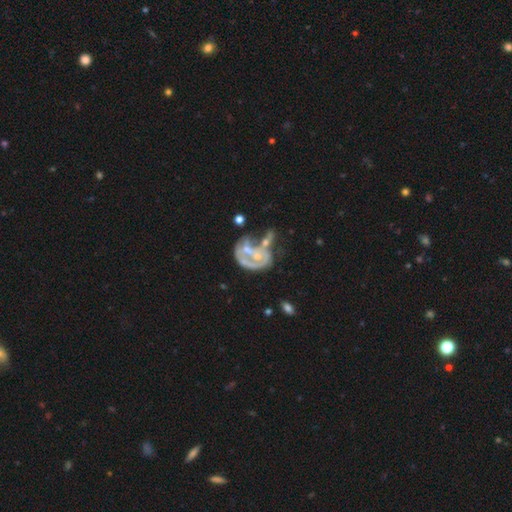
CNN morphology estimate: Smooth or featured? featured or disk (75%)
Edge-on disk? no (98%)
Bar? no (73%)
Spiral arms? no (53%)
Bulge size? small (44%)
Merging? merger (39%)